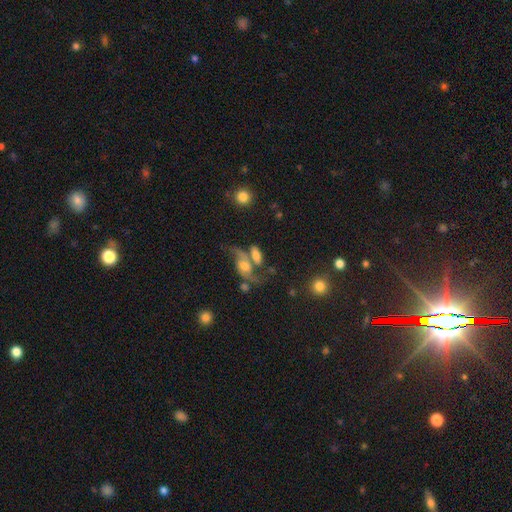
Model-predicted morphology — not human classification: smooth_or_featured: featured or disk (p=0.52) [alt: smooth p=0.37]
disk_edge_on: no (p=0.87) [alt: yes p=0.13]
merging: merger (p=0.44) [alt: none p=0.29]